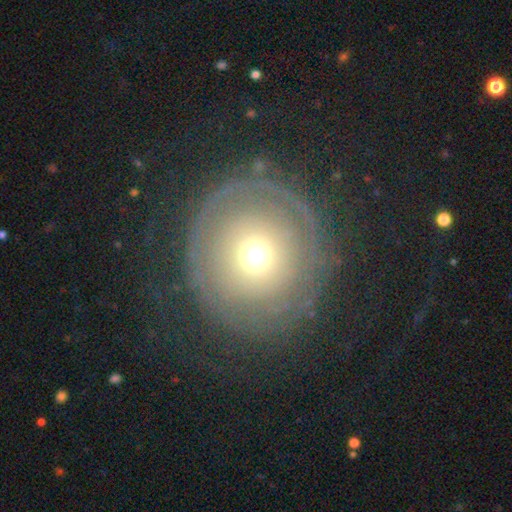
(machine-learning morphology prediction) A featured or disk galaxy (56%) with no bar (85%), spiral arms (62%) and a moderate central bulge (50%). Merging: none (69%).